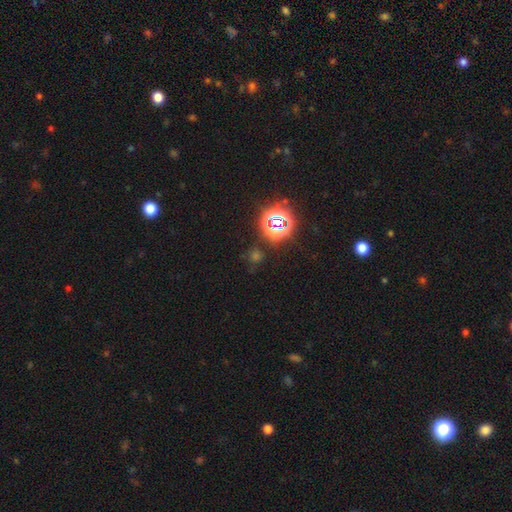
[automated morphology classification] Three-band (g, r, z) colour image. It shows a star or artifact, not a galaxy (64%).